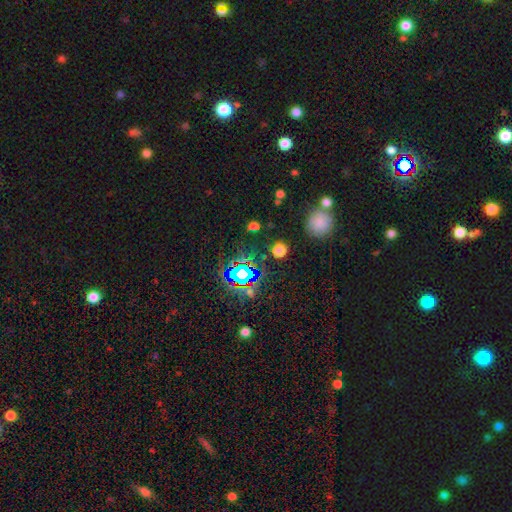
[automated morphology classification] Smooth or featured? star or artifact (76%)